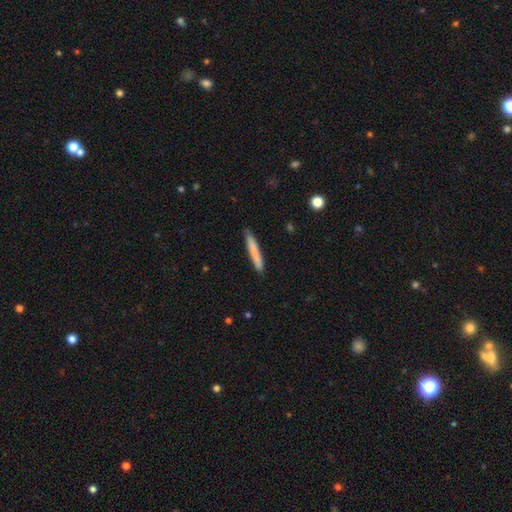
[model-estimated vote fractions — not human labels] smooth-or-featured: smooth: 77% | featured or disk: 17% | star or artifact: 6%
  how-rounded: cigar-shaped: 95% | in between: 4% | round: 1%
  merging: none: 86% | minor disturbance: 11% | major disturbance: 2% | merger: 1%